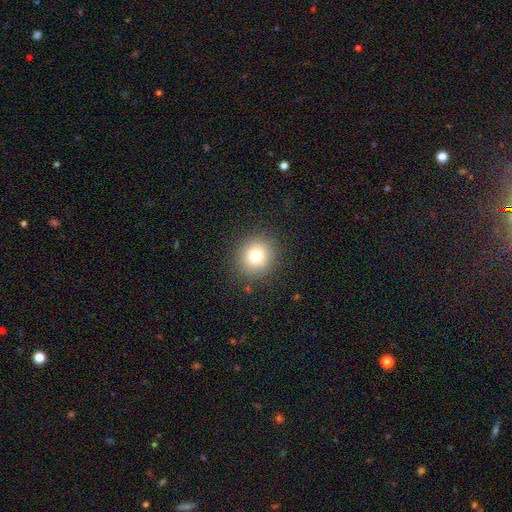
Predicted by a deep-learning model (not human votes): smooth 76%, star or artifact 13%, featured or disk 10%. Down the decision tree: how rounded — round (86%); merging — none (88%).